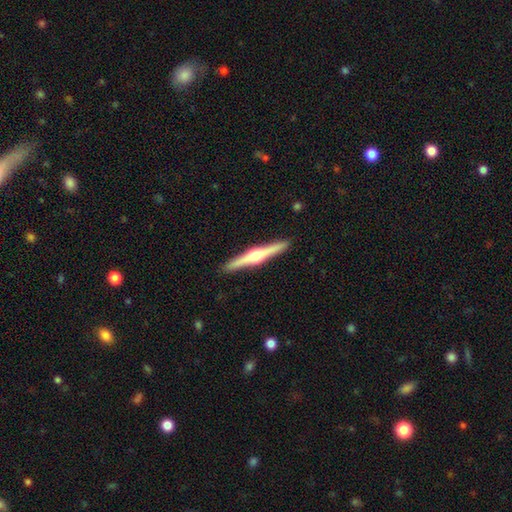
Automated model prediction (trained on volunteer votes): This appears to be a featured or disk galaxy (79%) viewed edge-on (98%) with a rounded central bulge (95%). Merging: none (92%).